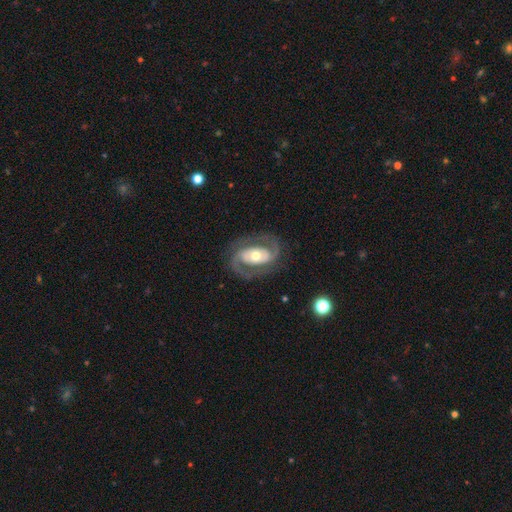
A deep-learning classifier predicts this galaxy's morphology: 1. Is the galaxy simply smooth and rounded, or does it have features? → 89% featured or disk, 7% smooth, 4% star or artifact.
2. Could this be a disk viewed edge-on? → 97% no, 3% yes.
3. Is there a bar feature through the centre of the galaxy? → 48% no, 29% weak, 23% strong.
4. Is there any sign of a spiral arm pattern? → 95% yes, 5% no.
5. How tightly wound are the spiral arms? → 52% medium, 32% tight, 16% loose.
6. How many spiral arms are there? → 92% 2, 3% can't tell, 2% 1, 1% 3, 1% 4, 1% more than 4.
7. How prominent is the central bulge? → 68% moderate, 18% small, 12% large, 1% dominant, 1% none.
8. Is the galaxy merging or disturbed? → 80% none, 12% minor disturbance, 7% major disturbance, 1% merger.